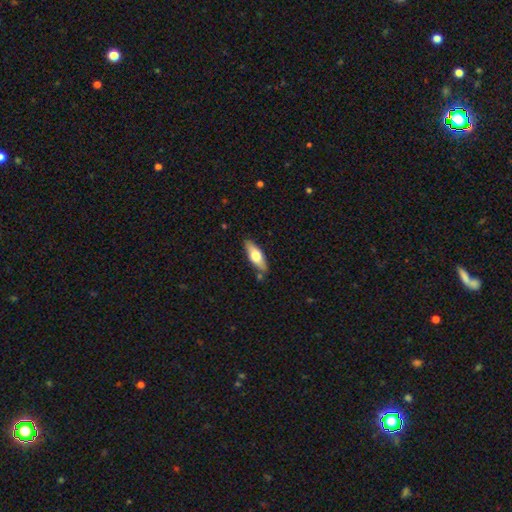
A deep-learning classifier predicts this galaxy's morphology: Overall: smooth (63%; featured or disk 32%). How rounded: in between (59%; cigar-shaped 38%). Merging: none (81%).